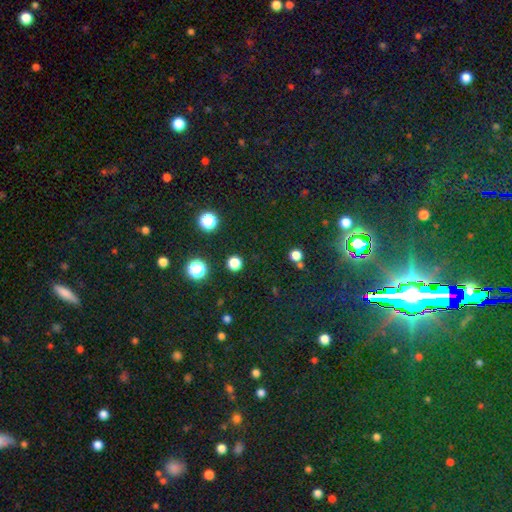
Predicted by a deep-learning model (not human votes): This is likely a star or artifact rather than a galaxy (79%).